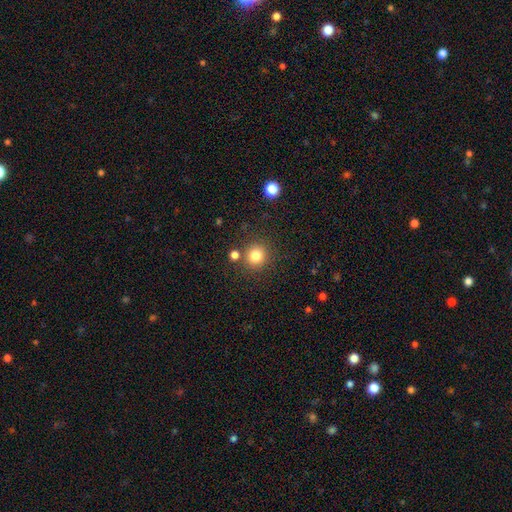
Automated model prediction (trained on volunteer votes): Smooth or featured: smooth — 81% (star or artifact — 13%)
How rounded: round — 92% (in between — 7%)
Merging: none — 82% (minor disturbance — 8%)